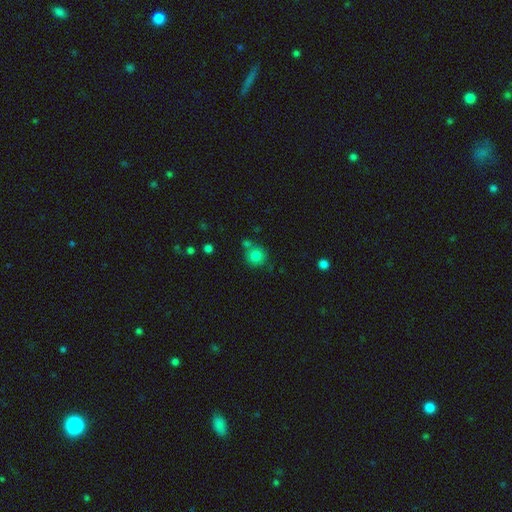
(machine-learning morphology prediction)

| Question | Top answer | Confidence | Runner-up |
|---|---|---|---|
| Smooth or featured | smooth | 80% | star or artifact (12%) |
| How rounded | round | 89% | in between (10%) |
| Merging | none | 68% | merger (17%) |